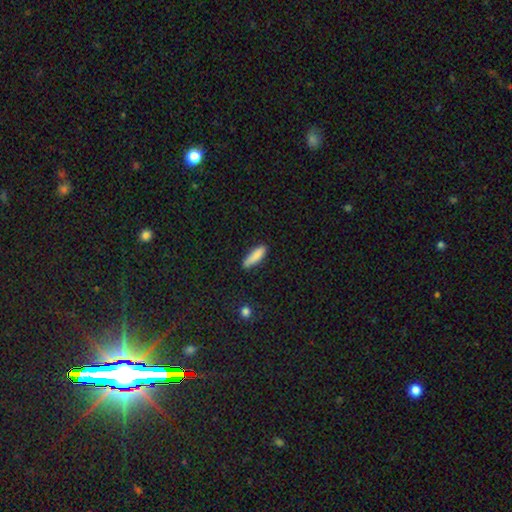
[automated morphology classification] Overall: smooth (87%). How rounded: cigar-shaped (64%; in between 35%). Merging: none (83%).